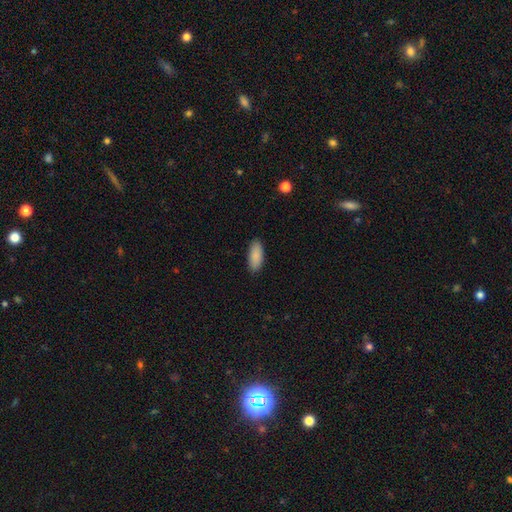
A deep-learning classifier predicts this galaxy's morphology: Overall: smooth (90%). How rounded: in between (82%). Merging: none (89%).